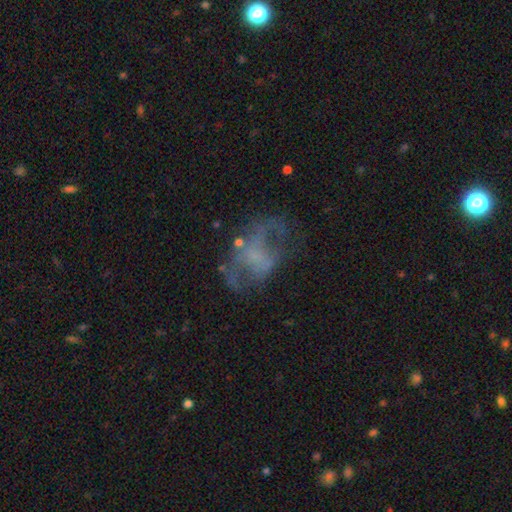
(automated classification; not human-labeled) A featured or disk galaxy (60%) with no bar (79%), no spiral arms (69%) and no central bulge (62%). Merging: none (42%).